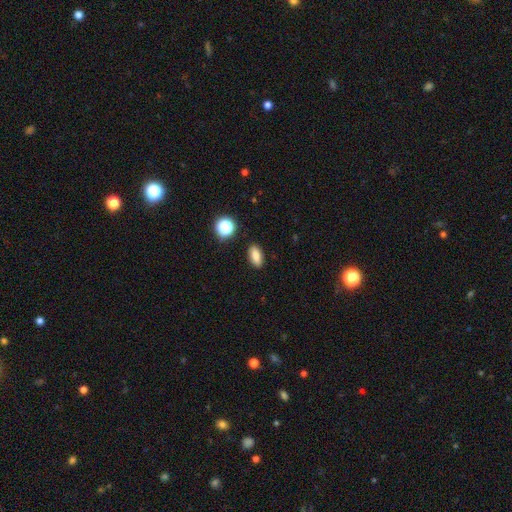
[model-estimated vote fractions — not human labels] Smooth or featured?
  - smooth: 84% *
  - star or artifact: 11%
  - featured or disk: 5%
How rounded?
  - in between: 85% *
  - cigar-shaped: 9%
  - round: 7%
Merging?
  - none: 89% *
  - minor disturbance: 8%
  - major disturbance: 2%
  - merger: 2%